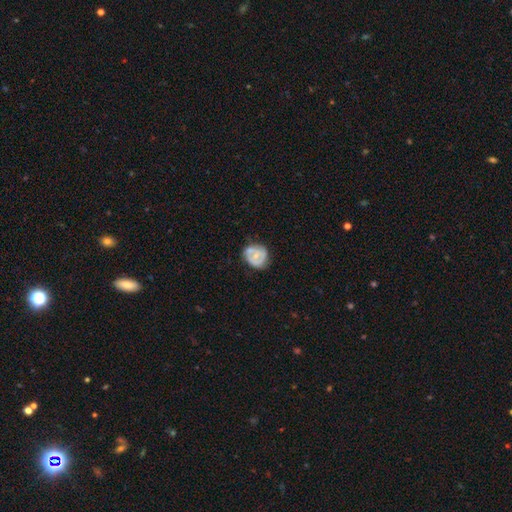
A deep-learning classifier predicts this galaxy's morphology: This is possibly a featured or disk galaxy (52%). It is clearly not viewed edge-on (98%). Bar: likely no (70%). Spiral arm pattern: possibly yes (54%). Central bulge: possibly small (50%). Merging: possibly none (54%).